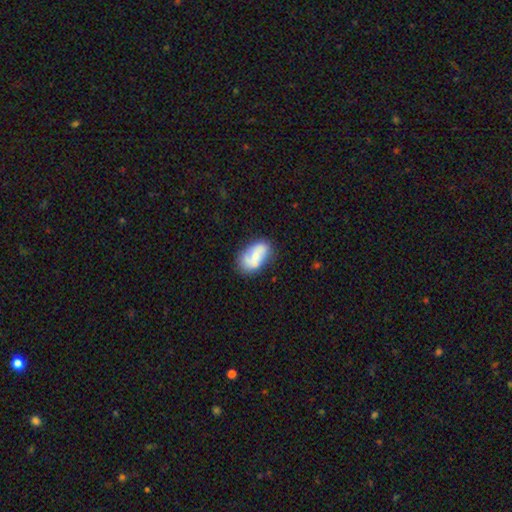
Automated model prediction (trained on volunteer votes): Smooth or featured?
  - smooth: 54% *
  - featured or disk: 39%
  - star or artifact: 7%
How rounded?
  - in between: 91% *
  - round: 7%
  - cigar-shaped: 2%
Merging?
  - none: 59% *
  - minor disturbance: 23%
  - merger: 10%
  - major disturbance: 7%